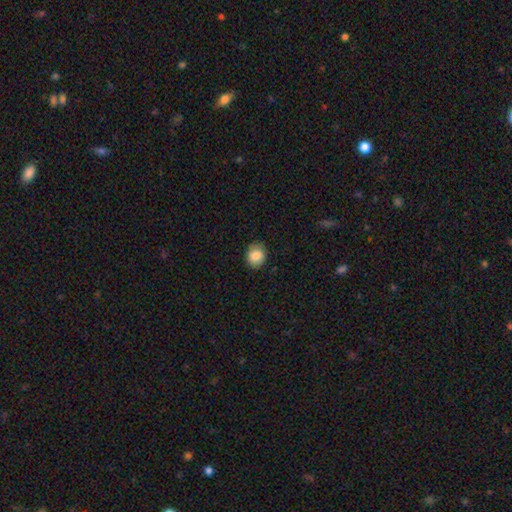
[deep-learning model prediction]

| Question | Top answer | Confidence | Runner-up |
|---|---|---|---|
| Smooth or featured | smooth | 85% | star or artifact (8%) |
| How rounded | round | 63% | in between (36%) |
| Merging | none | 84% | minor disturbance (12%) |